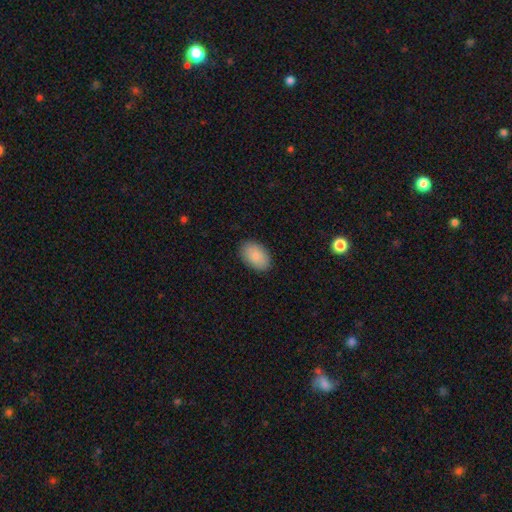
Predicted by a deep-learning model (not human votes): A smooth galaxy with no disk features (87%) that is in between round and cigar-shaped (91%).

Vote fractions:
- Smooth or featured? smooth: 87% / star or artifact: 7% / featured or disk: 6%
- How rounded? in between: 91% / round: 7% / cigar-shaped: 1%
- Merging? none: 88% / minor disturbance: 9% / major disturbance: 2% / merger: 1%